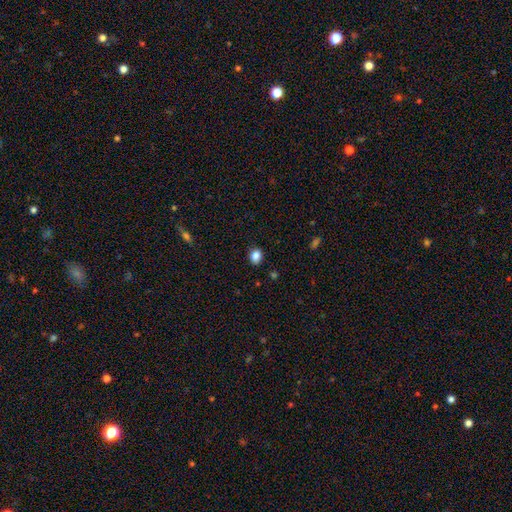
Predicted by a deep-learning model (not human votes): A smooth galaxy with no disk features (86%) that is round (51%).

Vote fractions:
- Smooth or featured? smooth: 86% / star or artifact: 10% / featured or disk: 4%
- How rounded? round: 51% / in between: 48% / cigar-shaped: 1%
- Merging? none: 88% / minor disturbance: 9% / major disturbance: 2% / merger: 1%